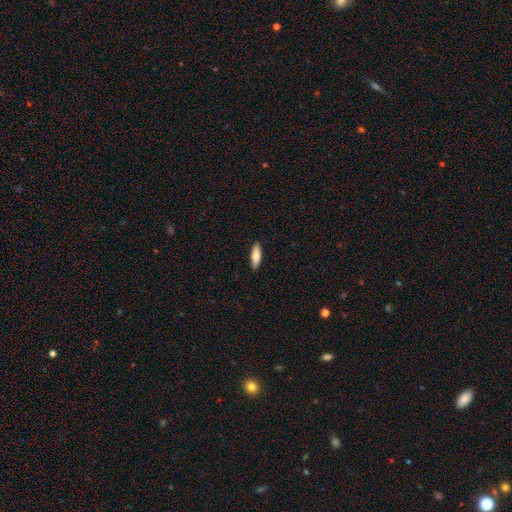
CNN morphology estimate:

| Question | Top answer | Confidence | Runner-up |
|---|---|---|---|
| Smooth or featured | smooth | 75% | featured or disk (19%) |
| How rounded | in between | 55% | cigar-shaped (43%) |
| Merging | none | 90% | minor disturbance (7%) |